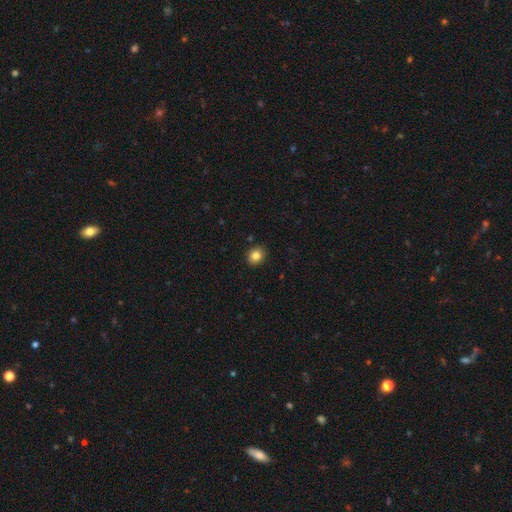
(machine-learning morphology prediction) The model was most divided on "how rounded": round: 74%, in between: 25%, cigar-shaped: 1%. More confident: merging — none (91%); smooth or featured — smooth (84%).